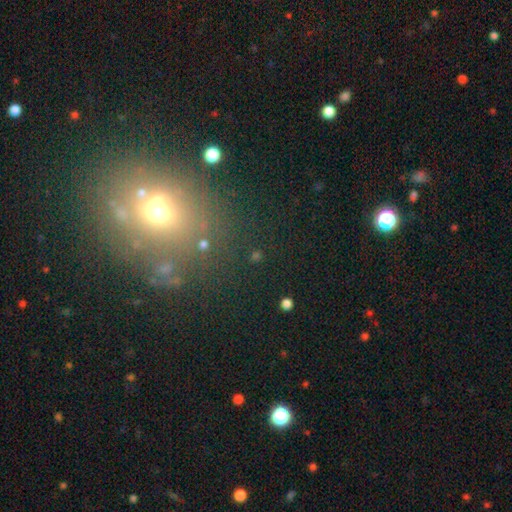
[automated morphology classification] Smooth or featured?
  - smooth: 44% *
  - star or artifact: 41%
  - featured or disk: 15%
Merging?
  - none: 75% *
  - minor disturbance: 10%
  - major disturbance: 7%
  - merger: 7%